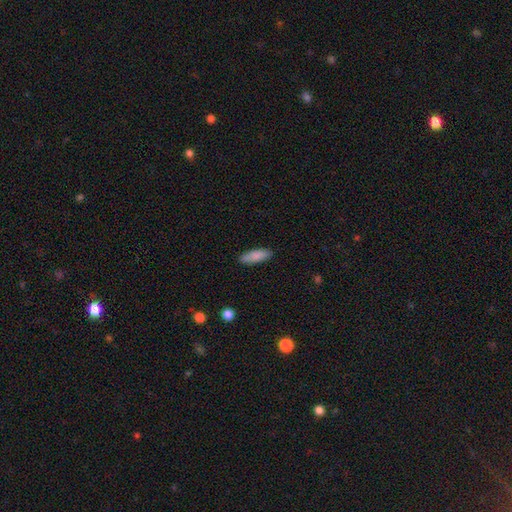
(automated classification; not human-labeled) Morphology: type=smooth (87%); roundness=in between (56%); merging=none (88%).